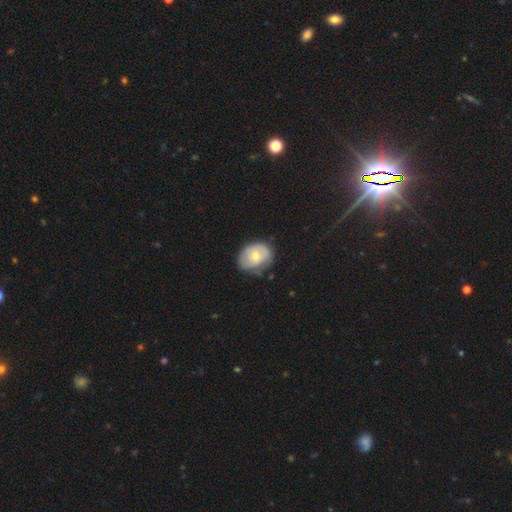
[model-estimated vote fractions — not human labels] Smooth or featured?
  - smooth: 59% *
  - featured or disk: 35%
  - star or artifact: 6%
How rounded?
  - in between: 64% *
  - round: 35%
  - cigar-shaped: 1%
Merging?
  - none: 62% *
  - minor disturbance: 29%
  - major disturbance: 7%
  - merger: 2%